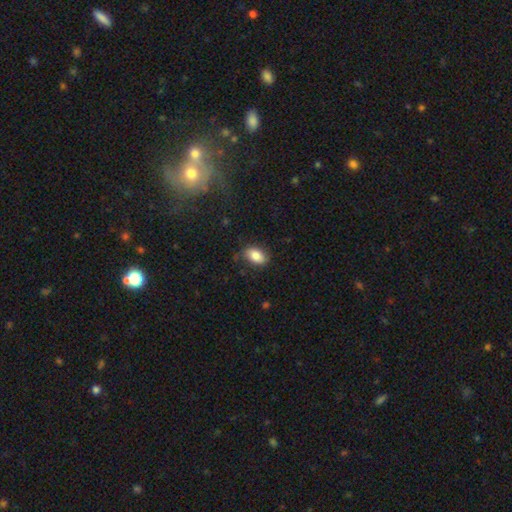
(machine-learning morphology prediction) smooth-or-featured: smooth: 83% | featured or disk: 9% | star or artifact: 8%
  how-rounded: in between: 89% | round: 9% | cigar-shaped: 2%
  merging: none: 79% | minor disturbance: 16% | major disturbance: 4% | merger: 2%